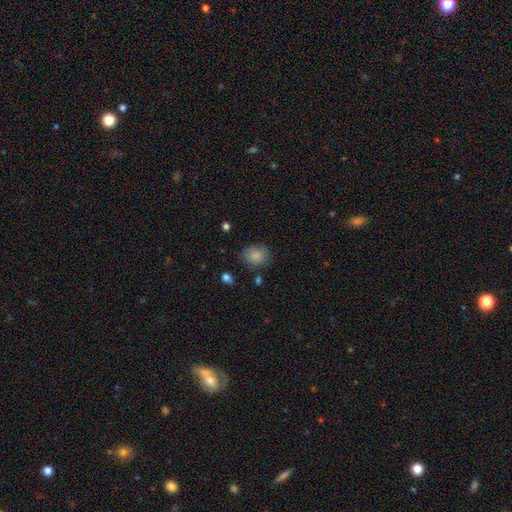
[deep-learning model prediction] Morphology: type=smooth (85%); roundness=round (60%); merging=none (74%).